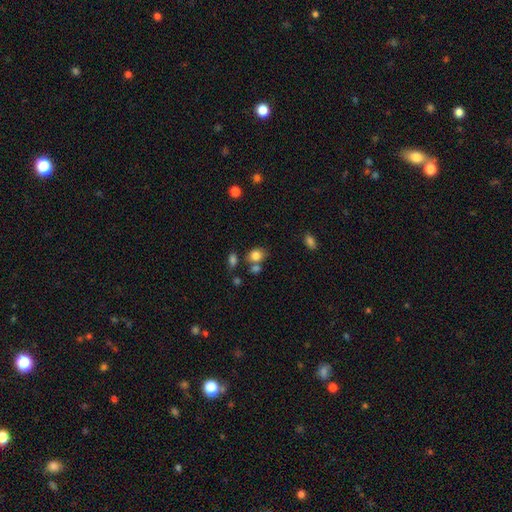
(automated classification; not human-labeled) The model was most divided on "how rounded": round: 55%, in between: 44%, cigar-shaped: 1%. More confident: smooth or featured — smooth (81%); merging — none (61%).